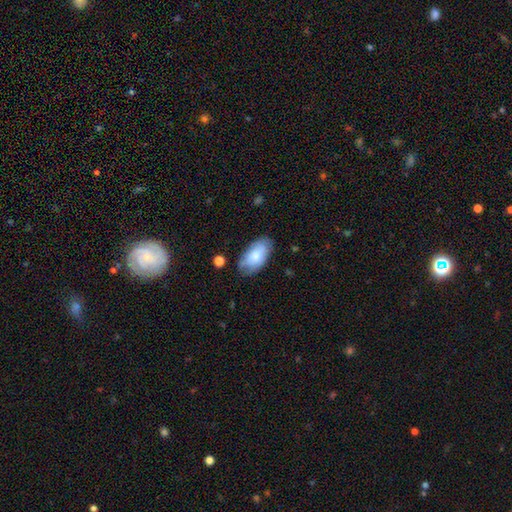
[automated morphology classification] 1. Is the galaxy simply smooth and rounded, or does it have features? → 74% smooth, 20% featured or disk, 6% star or artifact.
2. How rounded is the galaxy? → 95% in between, 3% round, 2% cigar-shaped.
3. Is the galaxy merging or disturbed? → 72% none, 21% minor disturbance, 5% major disturbance, 2% merger.